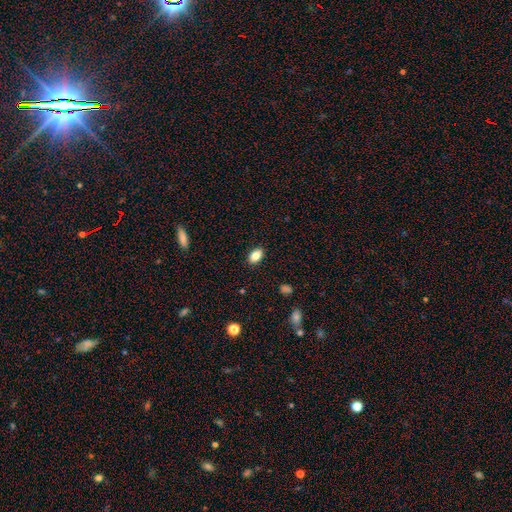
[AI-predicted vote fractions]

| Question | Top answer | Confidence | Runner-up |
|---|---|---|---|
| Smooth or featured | smooth | 83% | star or artifact (9%) |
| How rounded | in between | 87% | round (11%) |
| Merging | none | 89% | minor disturbance (8%) |